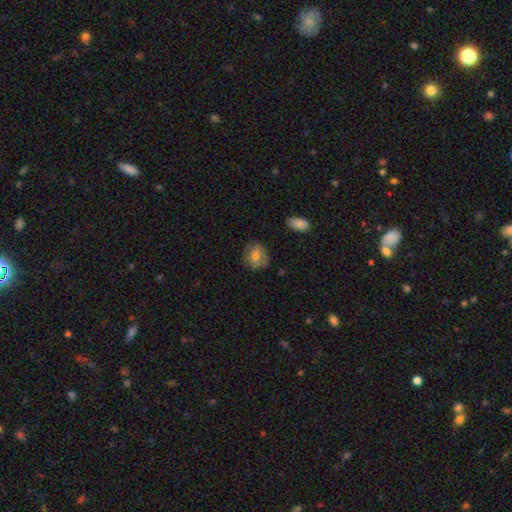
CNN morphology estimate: Smooth or featured?
  - smooth: 66% *
  - featured or disk: 25%
  - star or artifact: 8%
How rounded?
  - round: 66% *
  - in between: 32%
  - cigar-shaped: 1%
Merging?
  - none: 72% *
  - minor disturbance: 21%
  - major disturbance: 6%
  - merger: 2%